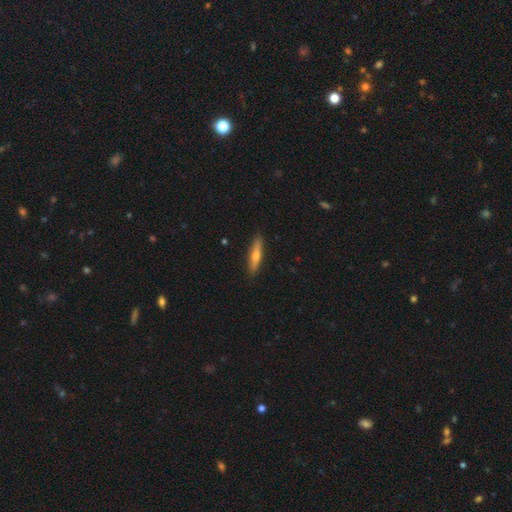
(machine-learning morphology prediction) type=smooth (55%); roundness=cigar-shaped (84%); merging=none (89%).